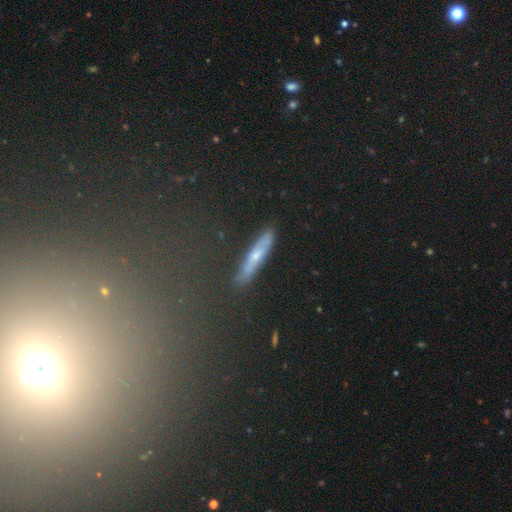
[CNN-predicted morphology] This appears to be a featured or disk galaxy (49%). Merging: none (82%).